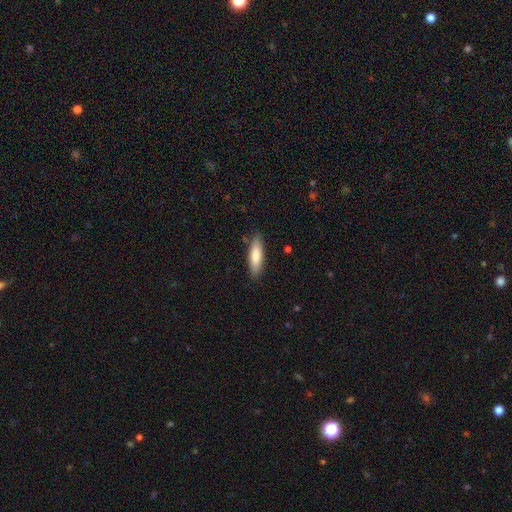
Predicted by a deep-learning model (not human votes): This is clearly a smooth galaxy (81%). How rounded: possibly cigar-shaped (53%). Merging: clearly none (84%).